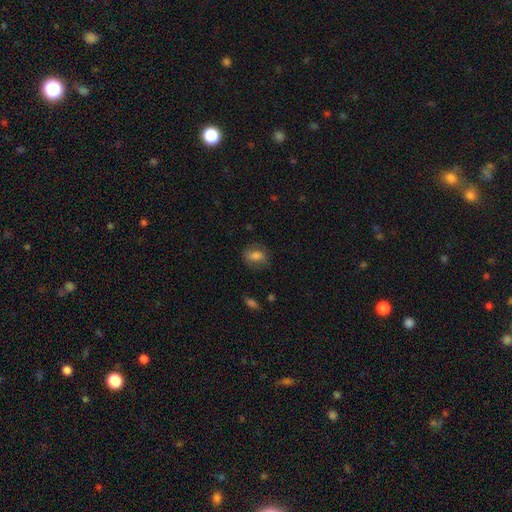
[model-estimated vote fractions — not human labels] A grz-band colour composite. It shows a smooth galaxy with no disk features (70%) that is in between round and cigar-shaped (68%). Merging: none (68%).